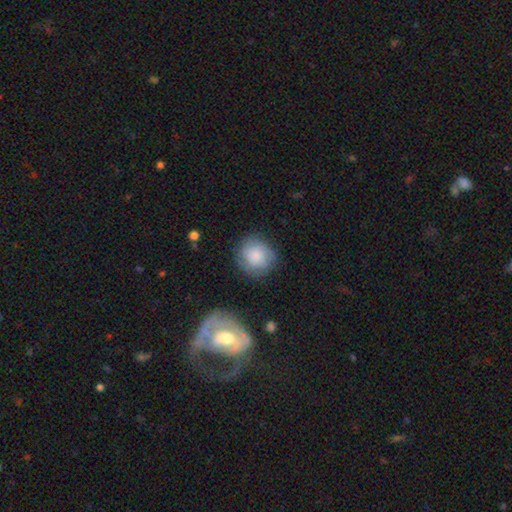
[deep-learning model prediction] Smooth or featured? Predicted: smooth (p=0.78). How rounded? Predicted: round (p=0.90). Merging? Predicted: none (p=0.77).